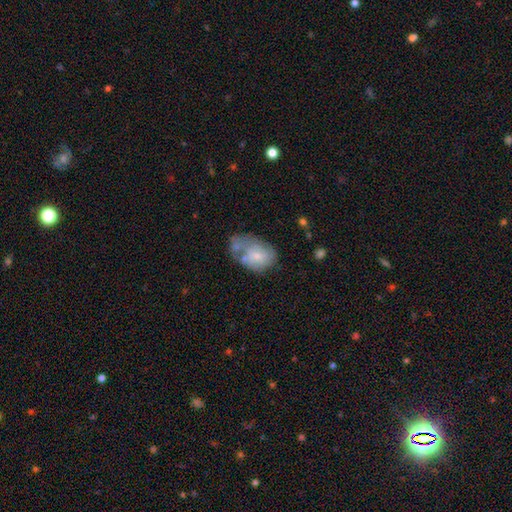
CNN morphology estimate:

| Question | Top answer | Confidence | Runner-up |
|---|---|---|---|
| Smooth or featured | smooth | 56% | featured or disk (37%) |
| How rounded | in between | 79% | round (20%) |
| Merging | merger | 27% | tied: none (27%) |